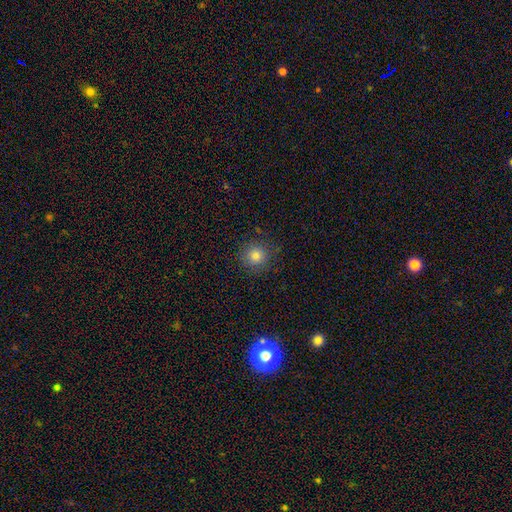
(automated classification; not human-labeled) The model was most divided on "smooth or featured": smooth: 81%, star or artifact: 12%, featured or disk: 7%. More confident: how rounded — round (94%); merging — none (87%).